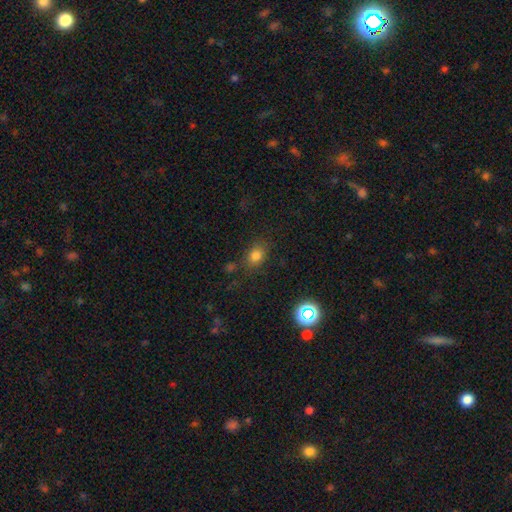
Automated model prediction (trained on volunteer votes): Morphology: type=smooth (76%); roundness=in between (59%); merging=none (75%).